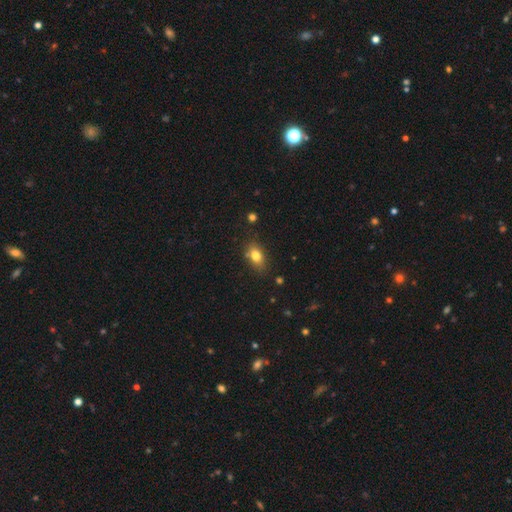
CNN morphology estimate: The model was most divided on "merging": none: 76%, minor disturbance: 15%, merger: 5%, major disturbance: 4%. More confident: how rounded — in between (79%); smooth or featured — smooth (78%).